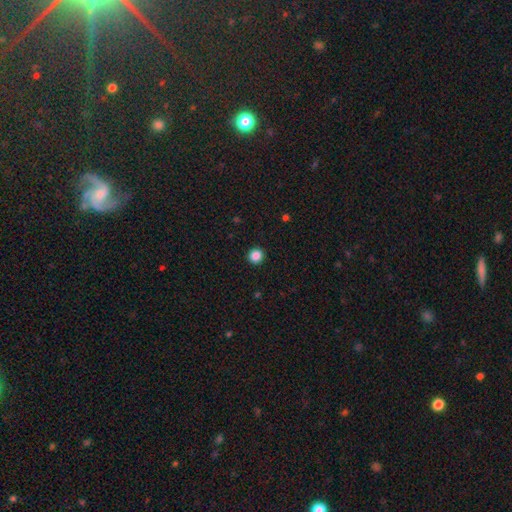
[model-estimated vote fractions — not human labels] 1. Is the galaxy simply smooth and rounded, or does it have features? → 86% smooth, 11% star or artifact, 3% featured or disk.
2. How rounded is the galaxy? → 95% round, 4% in between, 1% cigar-shaped.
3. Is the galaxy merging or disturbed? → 93% none, 4% minor disturbance, 2% major disturbance, 1% merger.